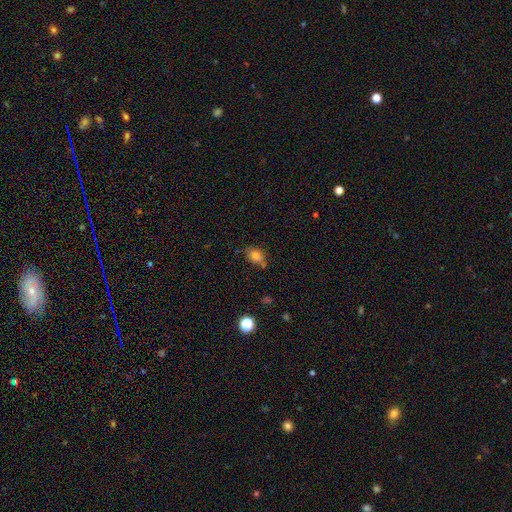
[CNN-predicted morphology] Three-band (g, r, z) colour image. It shows a smooth galaxy with no disk features (79%) that is in between round and cigar-shaped (70%). Merging: none (64%).